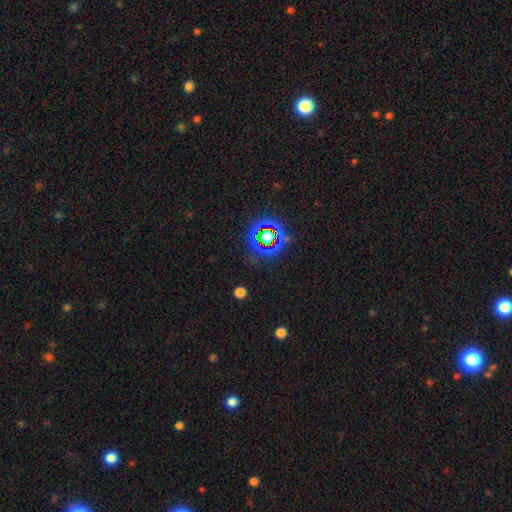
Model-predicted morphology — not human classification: star or artifact 46%, smooth 36%, featured or disk 18%.